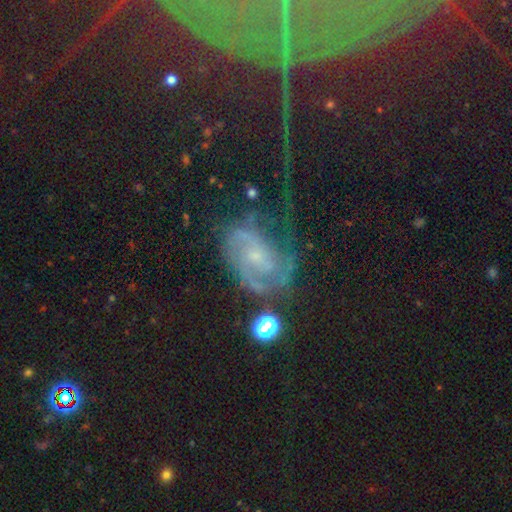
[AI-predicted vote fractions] A featured or disk galaxy (55%) with no bar (59%), spiral arms (89%) and a small central bulge (72%). Merging: none (56%).